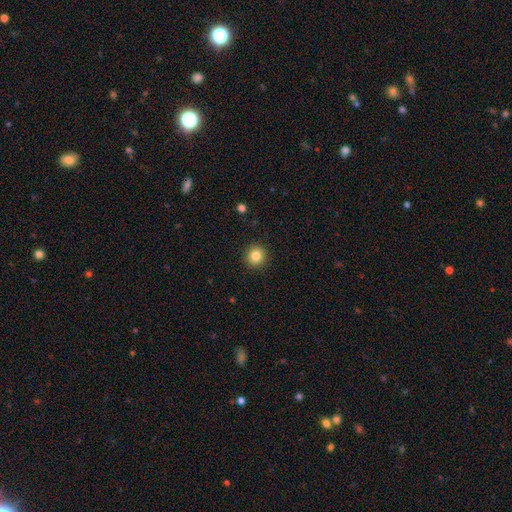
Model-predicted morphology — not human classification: smooth-or-featured: smooth: 84% | star or artifact: 11% | featured or disk: 5%
  how-rounded: round: 91% | in between: 8% | cigar-shaped: 1%
  merging: none: 91% | minor disturbance: 6% | major disturbance: 2% | merger: 1%